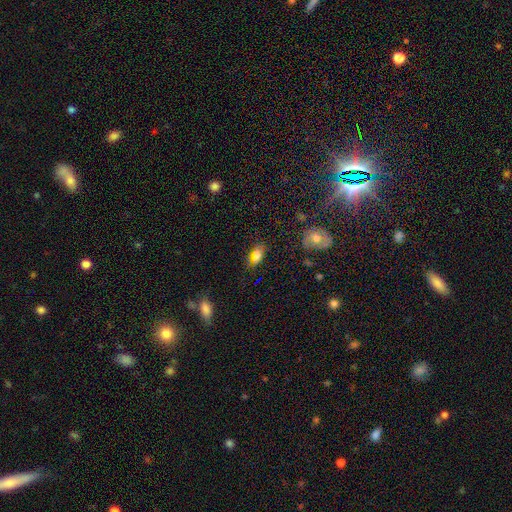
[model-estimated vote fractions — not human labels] Smooth or featured: smooth — 71% (featured or disk — 15%)
How rounded: in between — 86% (cigar-shaped — 8%)
Merging: none — 76% (minor disturbance — 17%)